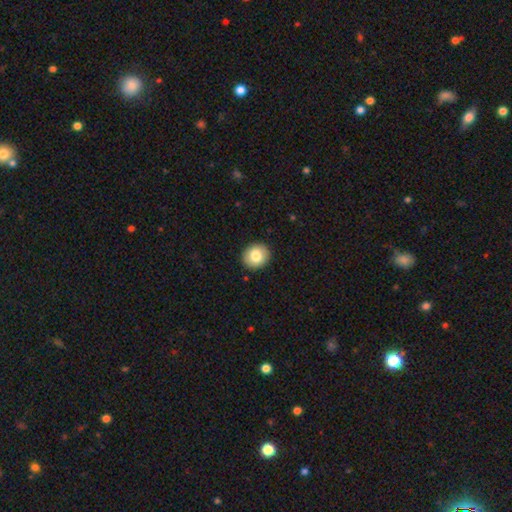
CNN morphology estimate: Q: Smooth or featured?
A: smooth (82%); runner-up: featured or disk (10%)
Q: How rounded?
A: round (77%); runner-up: in between (22%)
Q: Merging?
A: none (91%); runner-up: minor disturbance (6%)